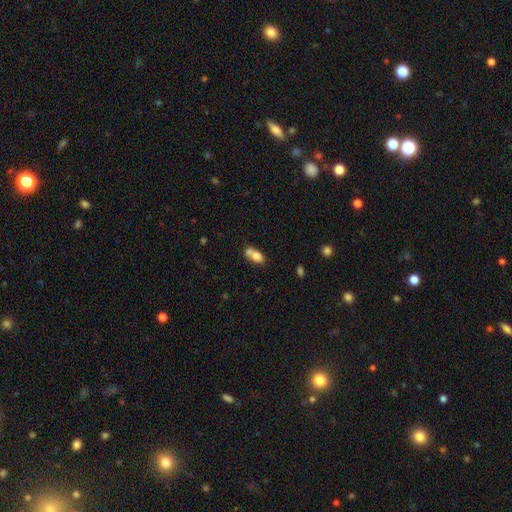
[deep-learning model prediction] Smooth or featured: smooth — 74% (featured or disk — 17%)
How rounded: in between — 75% (round — 22%)
Merging: merger — 55% (none — 31%)